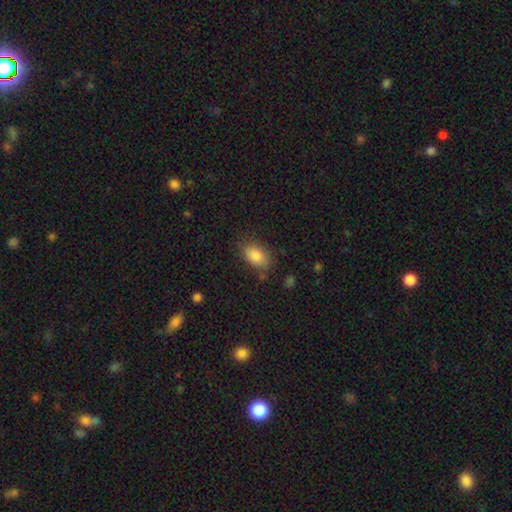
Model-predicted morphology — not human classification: Smooth or featured?
  - smooth: 84% *
  - star or artifact: 8%
  - featured or disk: 8%
How rounded?
  - in between: 87% *
  - round: 11%
  - cigar-shaped: 2%
Merging?
  - none: 77% *
  - minor disturbance: 17%
  - major disturbance: 5%
  - merger: 2%